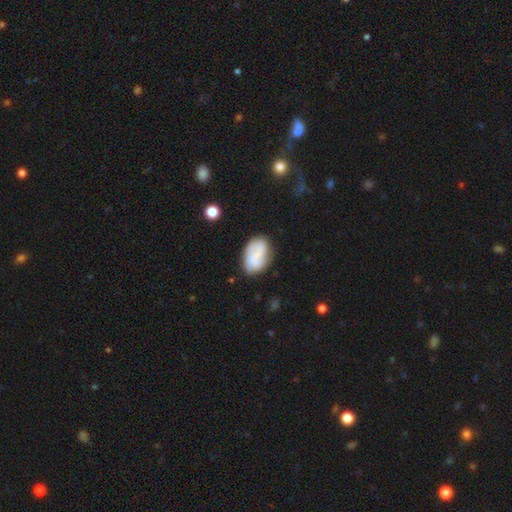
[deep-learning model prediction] This appears to be a smooth galaxy with no disk features (52%) that is in between round and cigar-shaped (87%). Merging: none (65%).